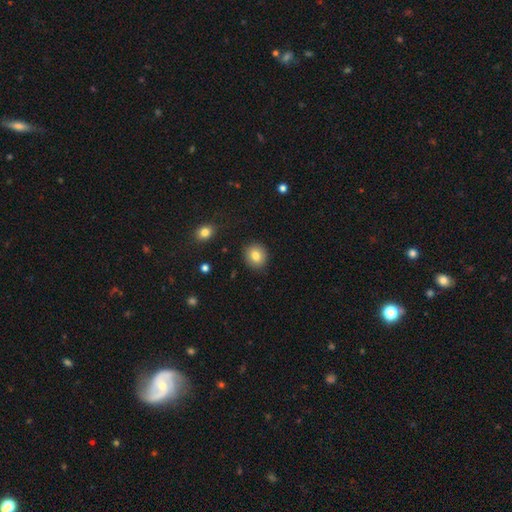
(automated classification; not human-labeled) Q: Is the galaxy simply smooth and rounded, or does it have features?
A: smooth — 81%.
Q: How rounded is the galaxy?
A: round — 77%.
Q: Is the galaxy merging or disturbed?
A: none — 89%.